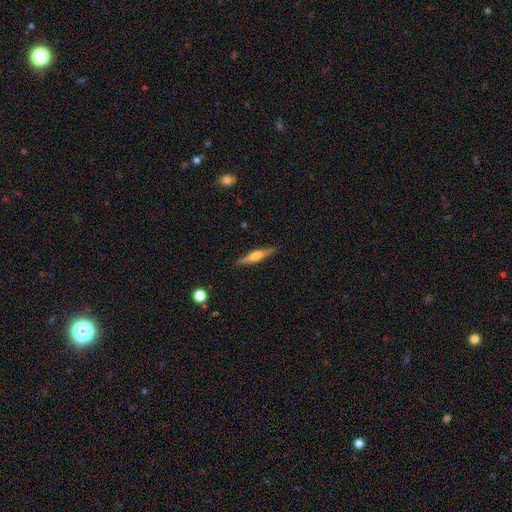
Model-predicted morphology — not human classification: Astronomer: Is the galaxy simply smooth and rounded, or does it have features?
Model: featured or disk — 68%.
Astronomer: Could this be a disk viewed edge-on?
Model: yes — 98%.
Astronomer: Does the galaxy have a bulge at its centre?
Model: rounded — 87%.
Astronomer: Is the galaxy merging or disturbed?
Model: none — 90%.